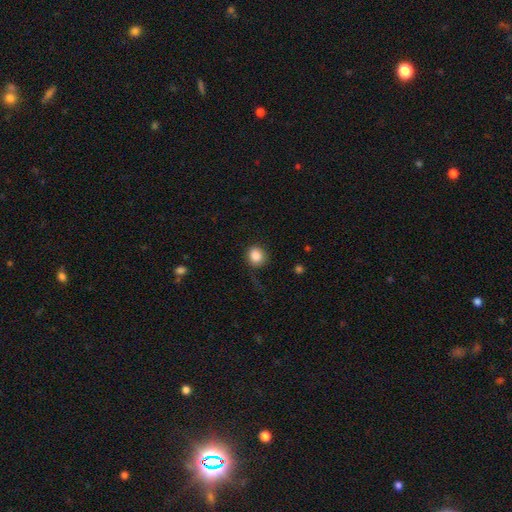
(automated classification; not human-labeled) Smooth or featured? Predicted: smooth (p=0.87). How rounded? Predicted: round (p=0.81). Merging? Predicted: none (p=0.77).